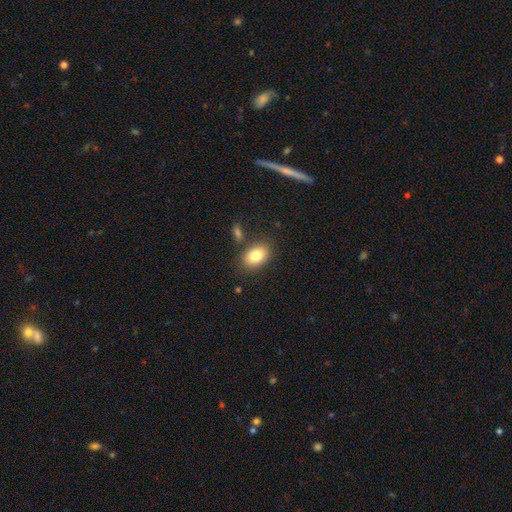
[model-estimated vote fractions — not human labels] smooth 82%, featured or disk 10%, star or artifact 8%. Down the decision tree: how rounded — in between (82%); merging — none (78%).